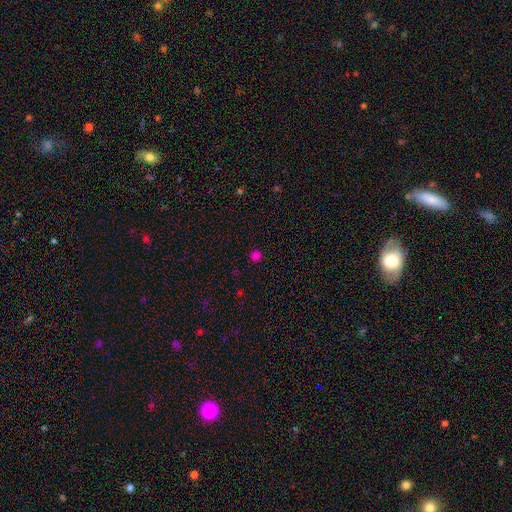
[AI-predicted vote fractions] A smooth galaxy with no disk features (76%) that is round (93%).

Vote fractions:
- Smooth or featured? smooth: 76% / star or artifact: 21% / featured or disk: 3%
- How rounded? round: 93% / in between: 6% / cigar-shaped: 1%
- Merging? none: 91% / minor disturbance: 6% / major disturbance: 2% / merger: 1%